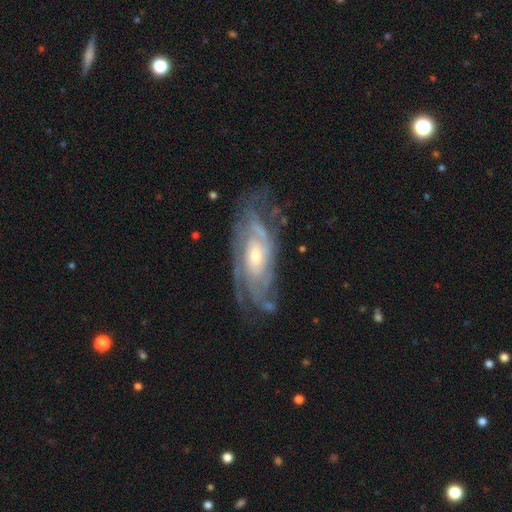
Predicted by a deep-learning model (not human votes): A featured or disk galaxy (86%) with no bar (65%), tight (67%) spiral arms (94%) and a moderate central bulge (50%). Merging: none (71%).